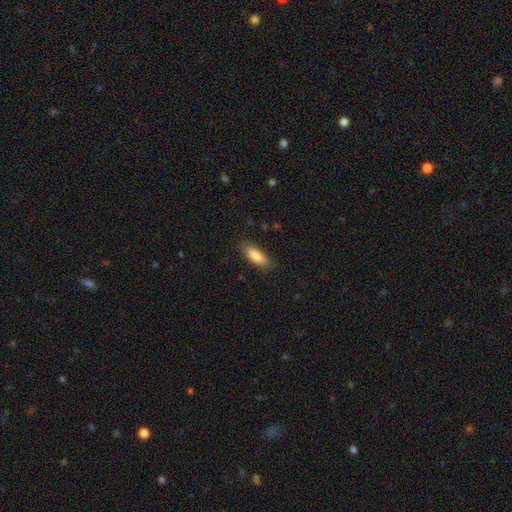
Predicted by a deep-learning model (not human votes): Smooth or featured: smooth — 85% (featured or disk — 9%)
How rounded: in between — 72% (cigar-shaped — 26%)
Merging: none — 84% (minor disturbance — 12%)